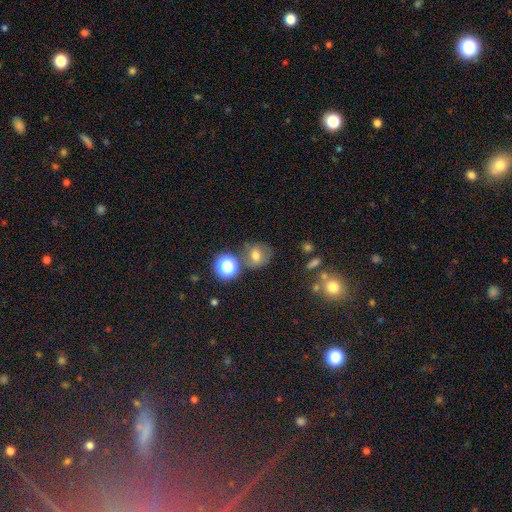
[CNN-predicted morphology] smooth_or_featured: smooth (p=0.64) [alt: star or artifact p=0.19]
how_rounded: round (p=0.73) [alt: in between p=0.26]
merging: none (p=0.63) [alt: minor disturbance p=0.18]